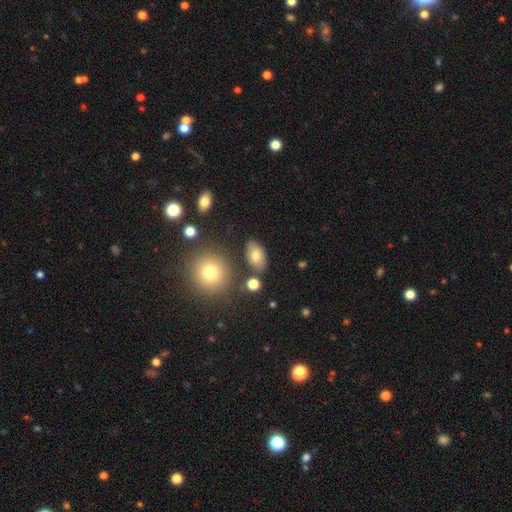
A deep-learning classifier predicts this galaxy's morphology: Overall: smooth (75%). How rounded: in between (85%). Merging: none (79%).